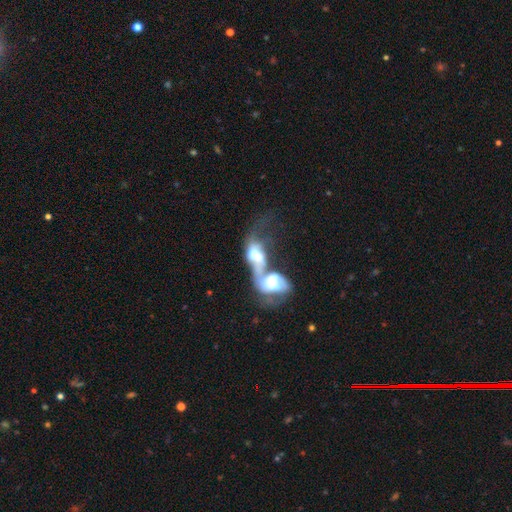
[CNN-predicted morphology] smooth-or-featured: featured or disk: 60% | smooth: 32% | star or artifact: 8%
  disk-edge-on: no: 92% | yes: 8%
    bar: no: 57% | weak: 29% | strong: 14%
    has-spiral-arms: yes: 67% | no: 33%
    bulge-size: moderate: 40% | large: 24% | small: 19% | none: 11% | dominant: 5%
  merging: merger: 80% | major disturbance: 11% | none: 5% | minor disturbance: 4%